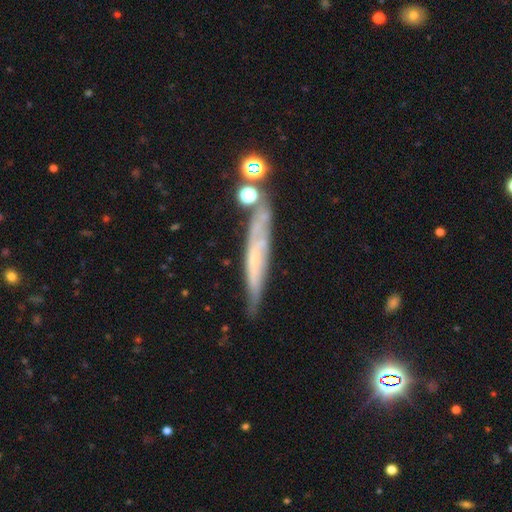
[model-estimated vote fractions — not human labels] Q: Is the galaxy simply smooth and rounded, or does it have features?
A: featured or disk — 57%.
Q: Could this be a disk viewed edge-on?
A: yes — 74%.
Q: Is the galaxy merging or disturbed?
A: none — 64%.